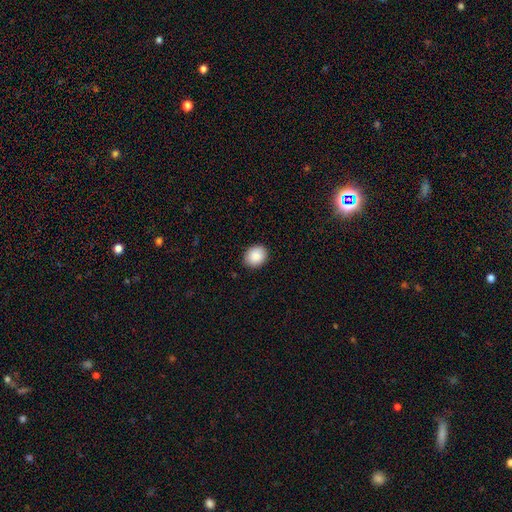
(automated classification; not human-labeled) Smooth or featured? Predicted: smooth (p=0.89). How rounded? Predicted: round (p=0.61). Merging? Predicted: none (p=0.89).